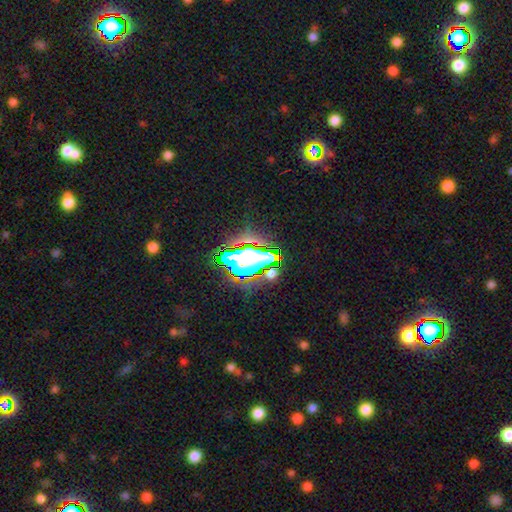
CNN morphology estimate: Smooth or featured? star or artifact (53%)